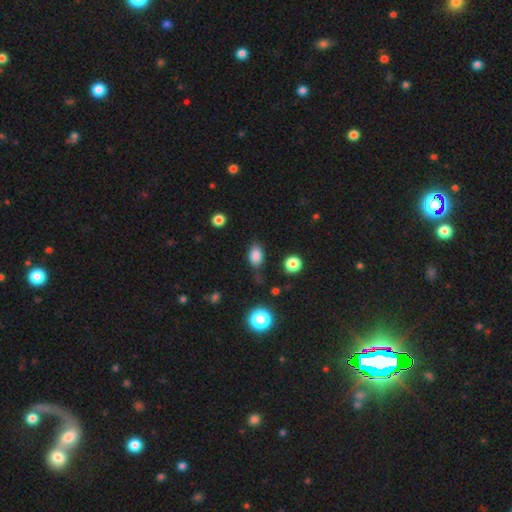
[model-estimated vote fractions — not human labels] The model was most divided on "merging": none: 72%, minor disturbance: 19%, major disturbance: 5%, merger: 4%. More confident: smooth or featured — smooth (83%); how rounded — in between (82%).